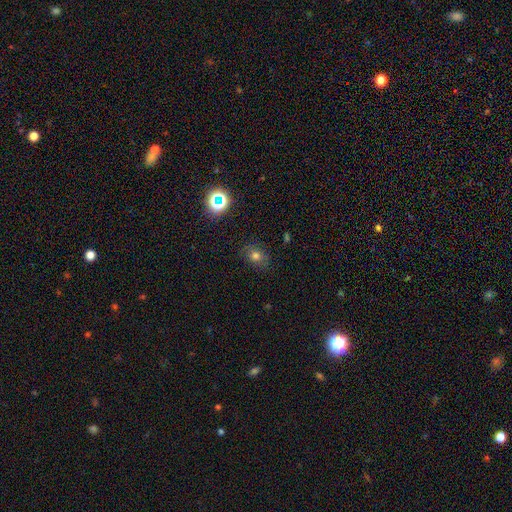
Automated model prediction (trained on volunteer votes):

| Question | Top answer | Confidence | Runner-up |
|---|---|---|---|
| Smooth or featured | smooth | 66% | star or artifact (21%) |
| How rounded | round | 55% | in between (44%) |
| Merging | none | 80% | minor disturbance (14%) |